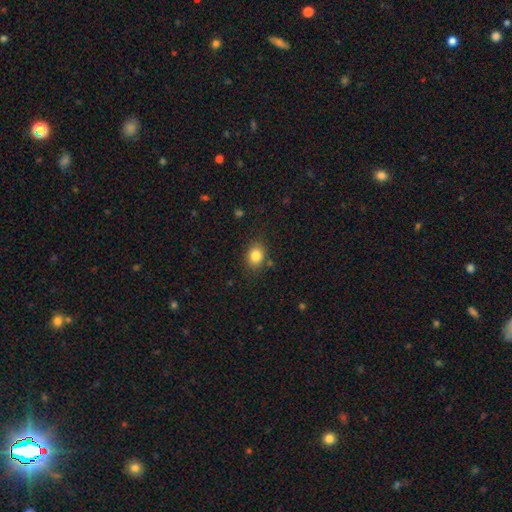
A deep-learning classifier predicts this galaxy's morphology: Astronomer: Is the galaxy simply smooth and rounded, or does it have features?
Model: smooth — 84%.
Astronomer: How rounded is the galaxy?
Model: round — 50% (runner-up: in between, 49%).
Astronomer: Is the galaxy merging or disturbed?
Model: none — 83%.